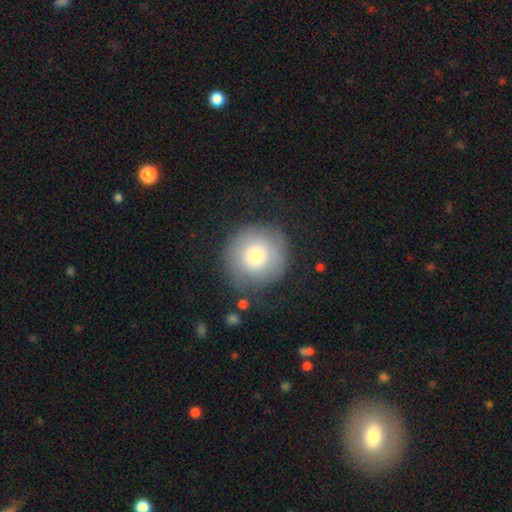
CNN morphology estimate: A smooth galaxy with no disk features (69%) that is round (95%).

Vote fractions:
- Smooth or featured? smooth: 69% / featured or disk: 23% / star or artifact: 8%
- How rounded? round: 95% / in between: 4% / cigar-shaped: 1%
- Merging? none: 74% / minor disturbance: 16% / major disturbance: 8% / merger: 2%